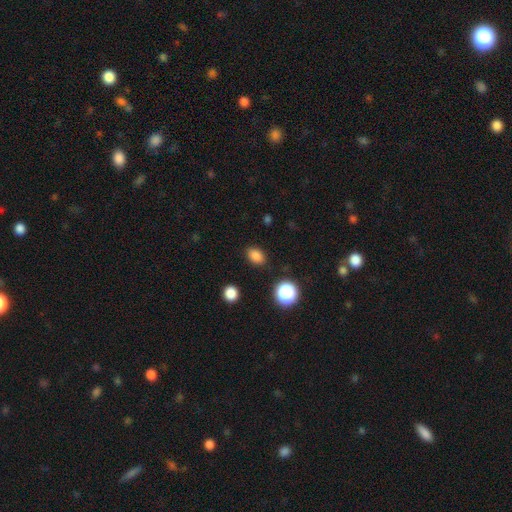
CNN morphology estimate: Smooth or featured? Predicted: smooth (p=0.83). How rounded? Predicted: in between (p=0.74). Merging? Predicted: none (p=0.85).